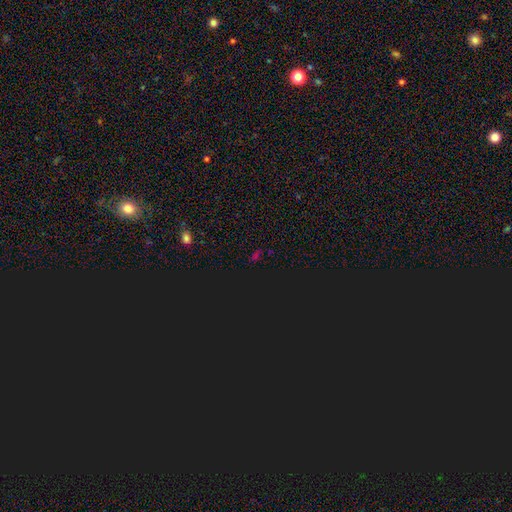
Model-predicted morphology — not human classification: smooth-or-featured: star or artifact: 65% | smooth: 27% | featured or disk: 8%